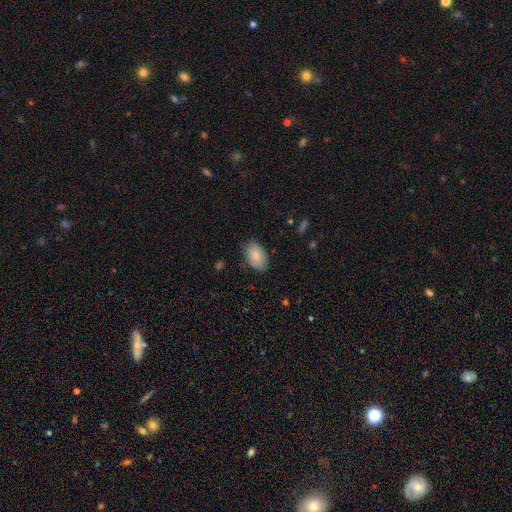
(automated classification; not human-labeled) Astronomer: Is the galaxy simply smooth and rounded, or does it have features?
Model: smooth — 84%.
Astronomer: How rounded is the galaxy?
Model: in between — 92%.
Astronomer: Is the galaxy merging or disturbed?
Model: none — 82%.